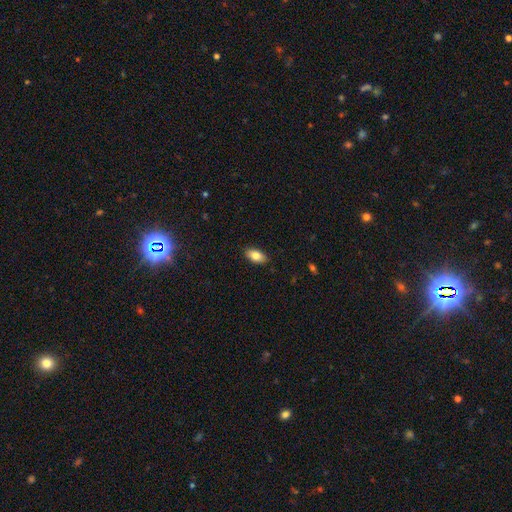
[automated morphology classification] Smooth or featured? Predicted: smooth (p=0.81). How rounded? Predicted: in between (p=0.92). Merging? Predicted: none (p=0.88).